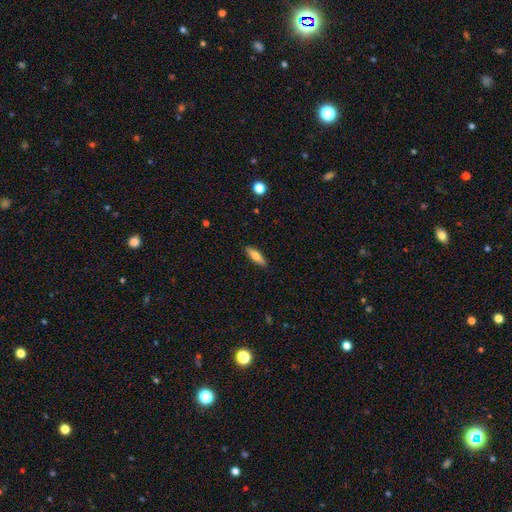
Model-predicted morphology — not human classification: A smooth galaxy with no disk features (62%) that is cigar-shaped (62%). Merging: none (89%).